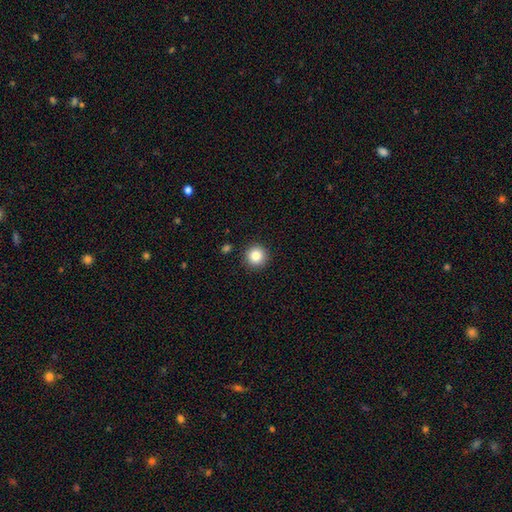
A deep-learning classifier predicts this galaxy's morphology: This is clearly a smooth galaxy (85%). How rounded: clearly round (95%). Merging: clearly none (91%).